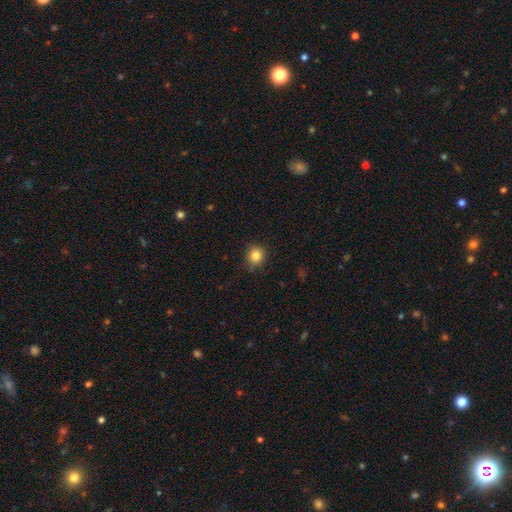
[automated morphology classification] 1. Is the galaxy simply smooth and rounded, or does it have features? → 84% smooth, 11% star or artifact, 5% featured or disk.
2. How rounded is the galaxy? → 89% round, 10% in between, 1% cigar-shaped.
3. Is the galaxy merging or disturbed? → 83% none, 14% minor disturbance, 3% major disturbance, 1% merger.